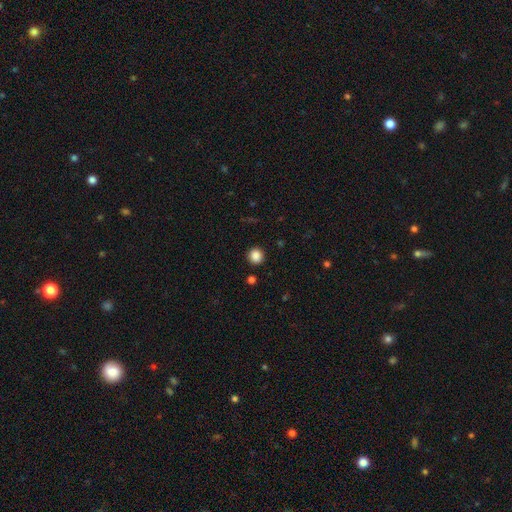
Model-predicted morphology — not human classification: smooth-or-featured: smooth: 87% | star or artifact: 11% | featured or disk: 3%
  how-rounded: round: 93% | in between: 6% | cigar-shaped: 1%
  merging: none: 92% | minor disturbance: 5% | major disturbance: 2% | merger: 1%